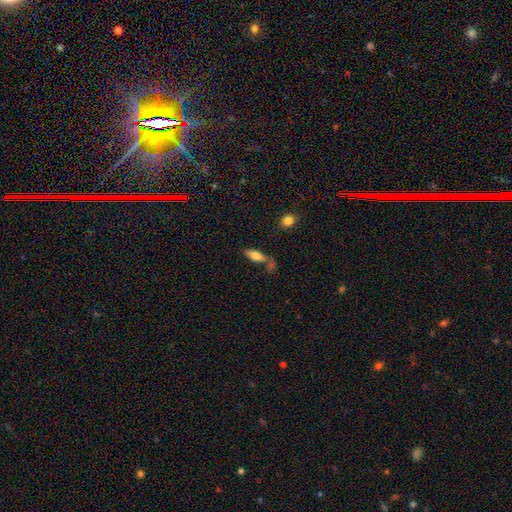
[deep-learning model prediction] Smooth or featured?
  - smooth: 68% *
  - featured or disk: 25%
  - star or artifact: 7%
How rounded?
  - in between: 60% *
  - cigar-shaped: 37%
  - round: 3%
Merging?
  - none: 54% *
  - merger: 22%
  - minor disturbance: 17%
  - major disturbance: 7%